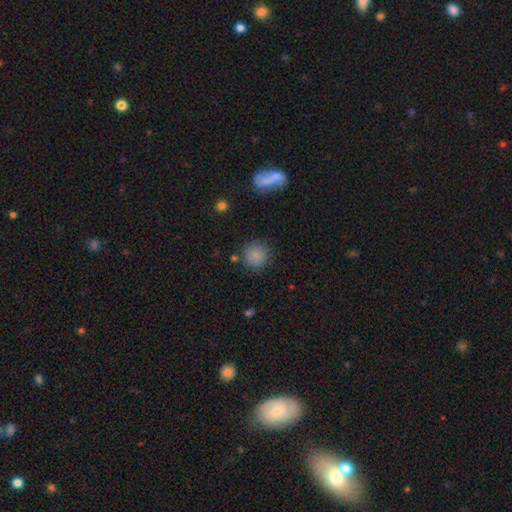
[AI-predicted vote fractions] The model was most divided on "smooth or featured": smooth: 84%, star or artifact: 11%, featured or disk: 5%. More confident: how rounded — round (92%); merging — none (84%).